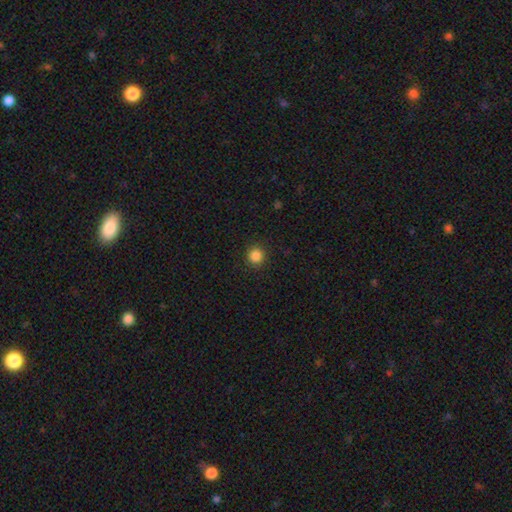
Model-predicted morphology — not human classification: This is clearly a smooth galaxy (86%). How rounded: clearly round (94%). Merging: clearly none (92%).